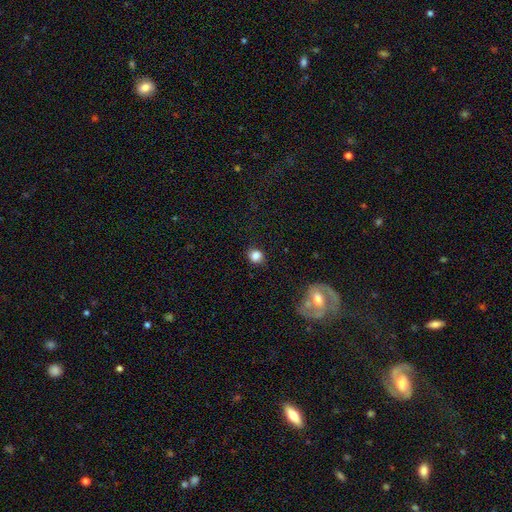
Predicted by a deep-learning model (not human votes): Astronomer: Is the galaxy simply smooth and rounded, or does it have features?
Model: smooth — 84%.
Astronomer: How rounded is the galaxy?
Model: round — 80%.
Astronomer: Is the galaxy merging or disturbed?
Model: none — 84%.